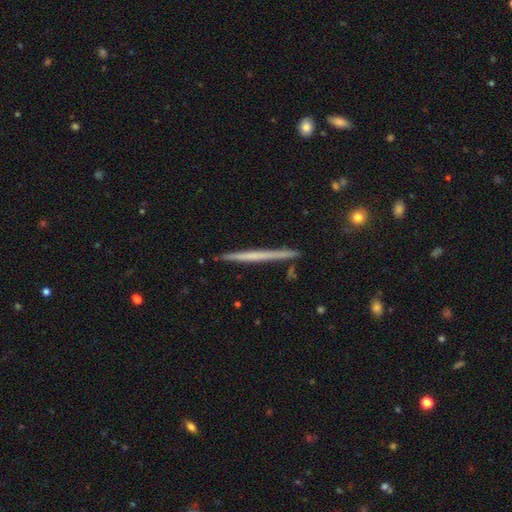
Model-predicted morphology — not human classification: Smooth or featured: featured or disk — 54% (smooth — 40%)
Edge-on disk: yes — 98% (no — 2%)
Edge-on bulge: none — 89% (rounded — 8%)
Merging: none — 91% (minor disturbance — 6%)